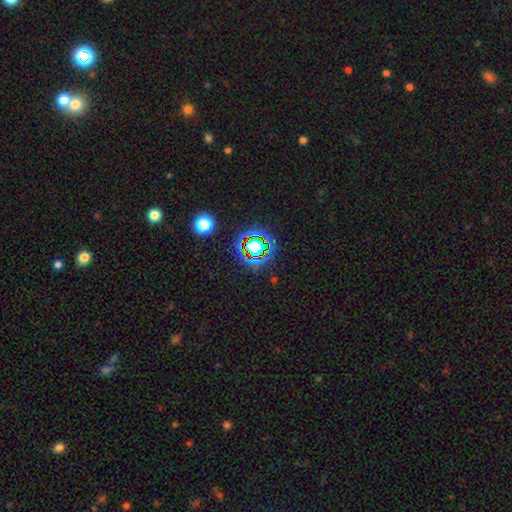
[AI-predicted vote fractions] A star or artifact, not a galaxy (74%).